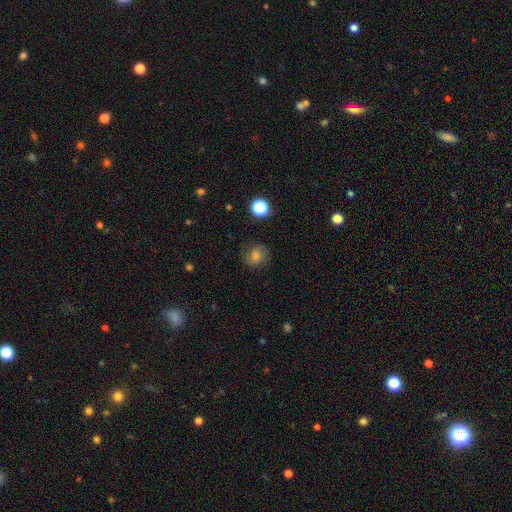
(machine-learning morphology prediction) Smooth or featured?
  - smooth: 56% *
  - featured or disk: 26%
  - star or artifact: 19%
How rounded?
  - round: 80% *
  - in between: 19%
  - cigar-shaped: 1%
Merging?
  - none: 82% *
  - minor disturbance: 12%
  - major disturbance: 4%
  - merger: 1%